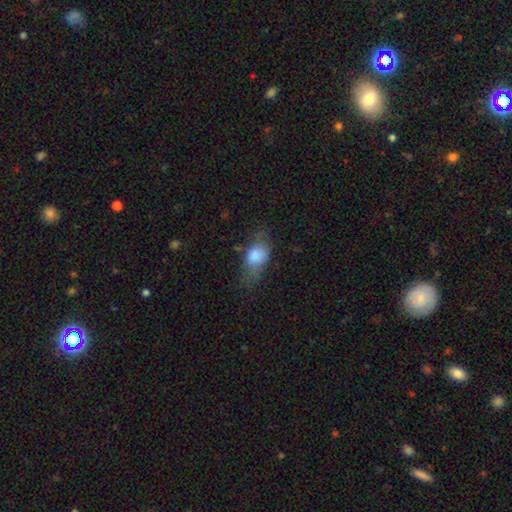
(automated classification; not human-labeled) A smooth galaxy with no disk features (74%) that is in between round and cigar-shaped (79%).

Vote fractions:
- Smooth or featured? smooth: 74% / featured or disk: 18% / star or artifact: 9%
- How rounded? in between: 79% / round: 16% / cigar-shaped: 5%
- Merging? none: 40% / minor disturbance: 32% / major disturbance: 25% / merger: 3%